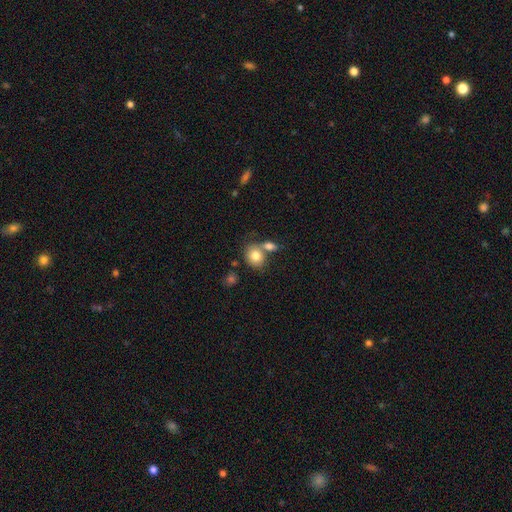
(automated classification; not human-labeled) smooth-or-featured: smooth: 79% | featured or disk: 12% | star or artifact: 9%
  how-rounded: round: 55% | in between: 44% | cigar-shaped: 1%
  merging: none: 46% | merger: 39% | minor disturbance: 11% | major disturbance: 4%